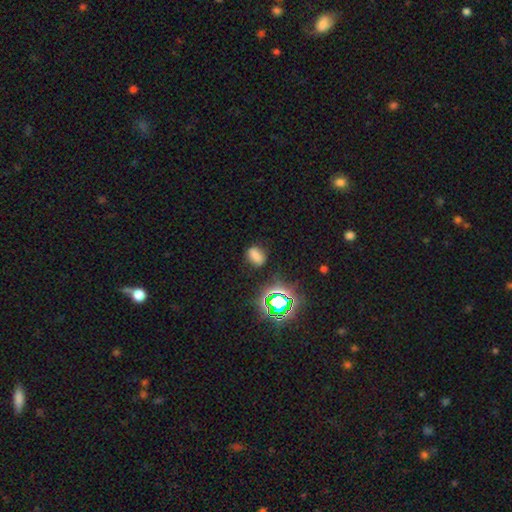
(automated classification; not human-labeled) smooth-or-featured: smooth: 69% | star or artifact: 24% | featured or disk: 8%
  how-rounded: in between: 78% | round: 18% | cigar-shaped: 3%
  merging: none: 79% | minor disturbance: 14% | major disturbance: 4% | merger: 2%